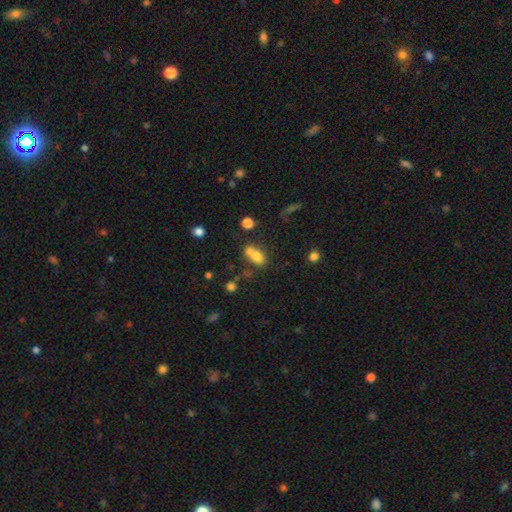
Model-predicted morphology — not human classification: type=smooth (73%); roundness=in between (70%); merging=merger (52%).